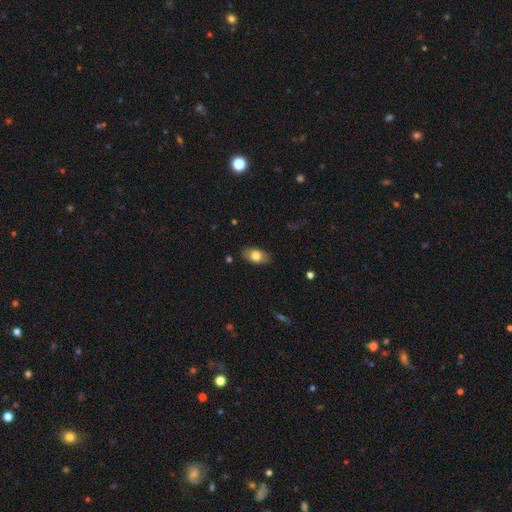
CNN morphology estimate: Smooth or featured?
  - smooth: 76% *
  - featured or disk: 17%
  - star or artifact: 7%
How rounded?
  - in between: 89% *
  - round: 8%
  - cigar-shaped: 3%
Merging?
  - none: 83% *
  - minor disturbance: 13%
  - major disturbance: 3%
  - merger: 1%